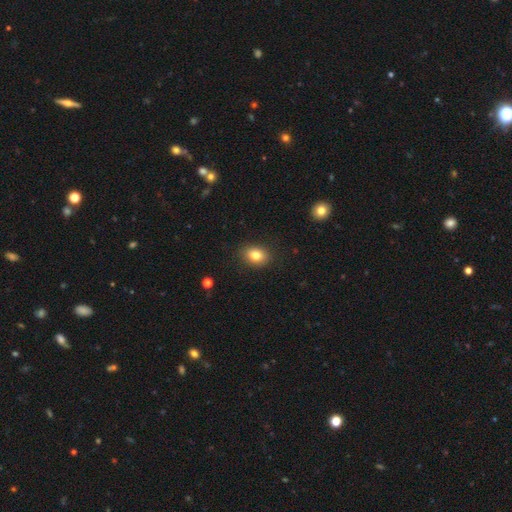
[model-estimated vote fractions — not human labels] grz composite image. It shows a smooth galaxy with no disk features (81%) that is in between round and cigar-shaped (64%). Merging: none (88%).